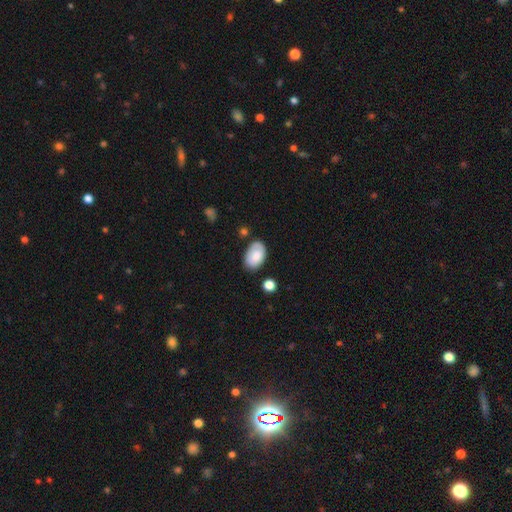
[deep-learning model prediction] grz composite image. It shows a smooth galaxy with no disk features (77%) that is in between round and cigar-shaped (92%). Merging: none (68%).